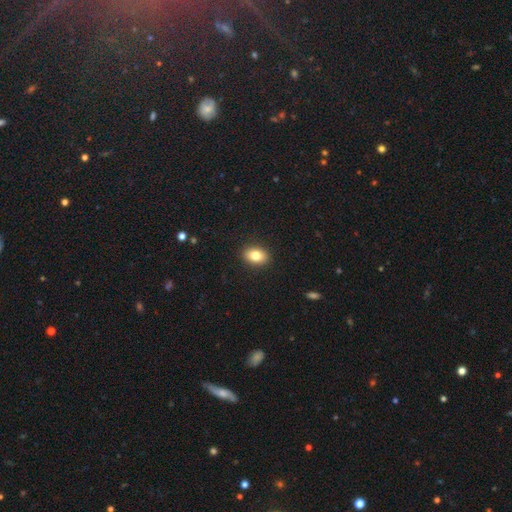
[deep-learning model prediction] smooth_or_featured: smooth (p=0.81) [alt: featured or disk p=0.11]
how_rounded: in between (p=0.80) [alt: round p=0.18]
merging: none (p=0.90) [alt: minor disturbance p=0.07]